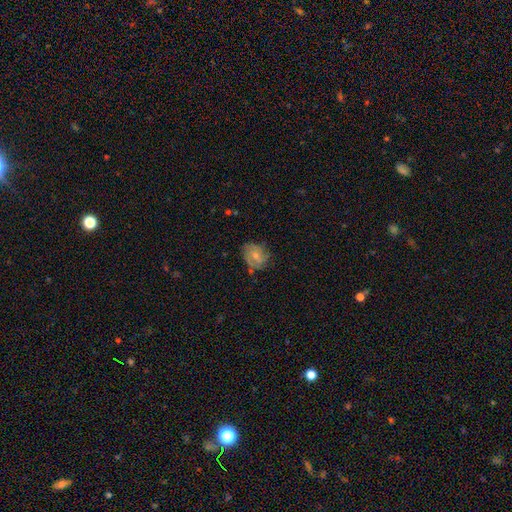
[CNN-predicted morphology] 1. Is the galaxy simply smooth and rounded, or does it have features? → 50% featured or disk, 41% smooth, 9% star or artifact.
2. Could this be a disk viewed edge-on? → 97% no, 3% yes.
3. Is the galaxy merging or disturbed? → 61% none, 26% minor disturbance, 10% major disturbance, 3% merger.